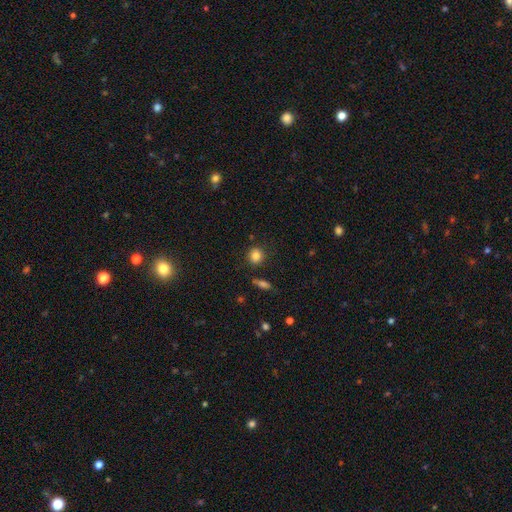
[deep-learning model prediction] Smooth or featured? Predicted: smooth (p=0.84). How rounded? Predicted: round (p=0.84). Merging? Predicted: none (p=0.84).